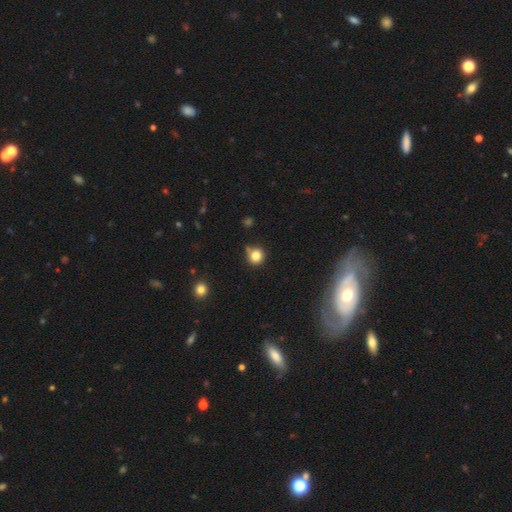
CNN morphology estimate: A smooth galaxy with no disk features (82%) that is round (91%).

Vote fractions:
- Smooth or featured? smooth: 82% / star or artifact: 12% / featured or disk: 6%
- How rounded? round: 91% / in between: 8% / cigar-shaped: 1%
- Merging? none: 73% / minor disturbance: 16% / merger: 7% / major disturbance: 4%